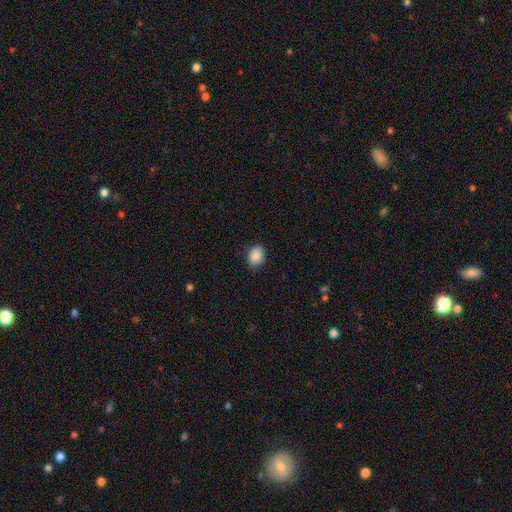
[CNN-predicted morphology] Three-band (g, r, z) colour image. It shows a smooth galaxy with no disk features (89%) that is in between round and cigar-shaped (69%). Merging: none (85%).